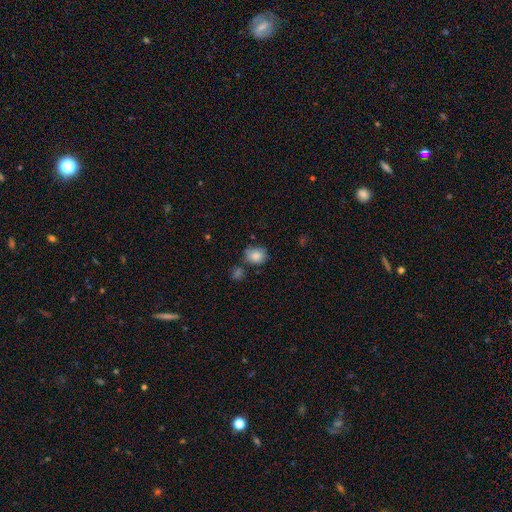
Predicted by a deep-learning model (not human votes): Smooth or featured: smooth — 82% (star or artifact — 9%)
How rounded: round — 52% (in between — 47%)
Merging: none — 63% (minor disturbance — 22%)